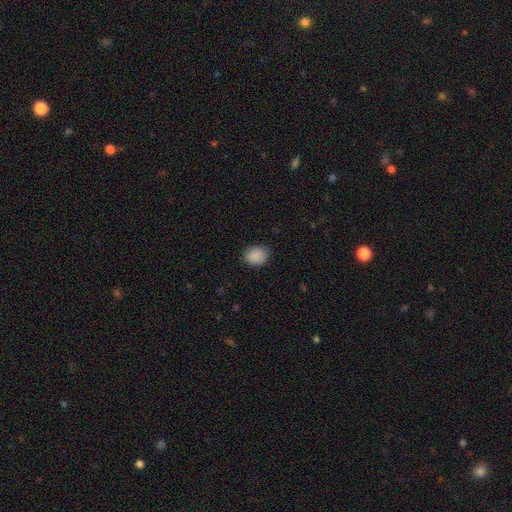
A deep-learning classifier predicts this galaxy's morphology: Q: Smooth or featured?
A: smooth (89%); runner-up: star or artifact (8%)
Q: How rounded?
A: round (59%); runner-up: in between (40%)
Q: Merging?
A: none (82%); runner-up: minor disturbance (14%)